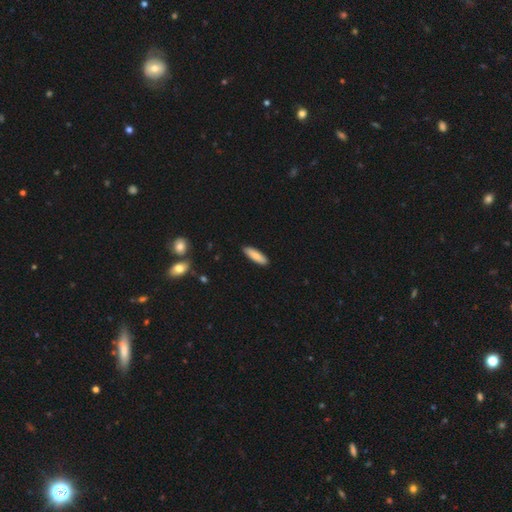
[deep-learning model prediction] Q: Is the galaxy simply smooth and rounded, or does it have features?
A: smooth — 84%.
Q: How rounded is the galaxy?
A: cigar-shaped — 59%.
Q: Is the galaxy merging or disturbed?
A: none — 90%.